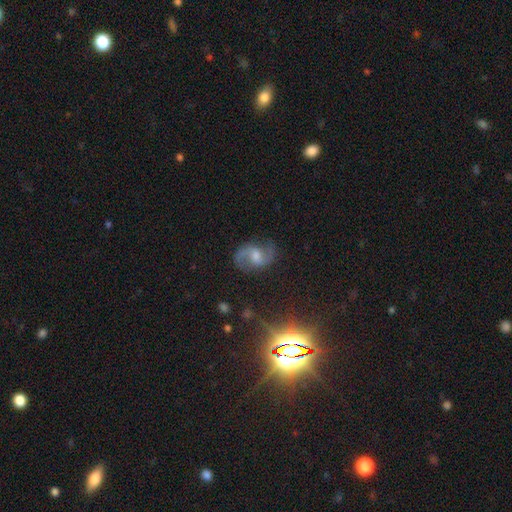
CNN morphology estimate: smooth_or_featured: featured or disk (p=0.83) [alt: smooth p=0.09]
disk_edge_on: no (p=0.98) [alt: yes p=0.02]
bar: weak (p=0.53) [alt: no p=0.33]
has_spiral_arms: yes (p=0.96) [alt: no p=0.04]
spiral_winding: medium (p=0.51) [alt: loose p=0.38]
spiral_arm_count: 2 (p=0.92) [alt: can't tell p=0.03]
bulge_size: moderate (p=0.49) [alt: small p=0.30]
merging: none (p=0.79) [alt: minor disturbance p=0.14]